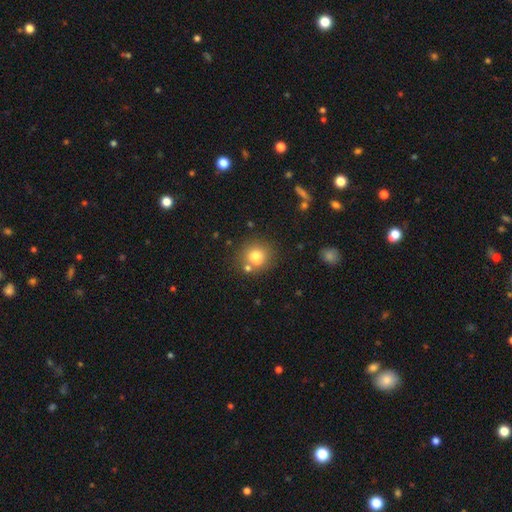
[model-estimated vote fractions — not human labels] Smooth or featured? Predicted: smooth (p=0.71). How rounded? Predicted: round (p=0.81). Merging? Predicted: none (p=0.59).